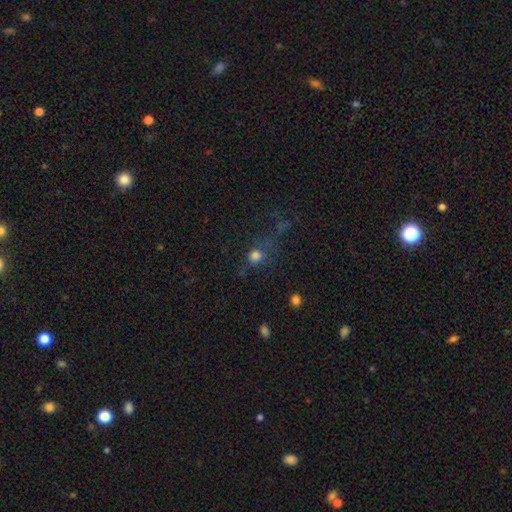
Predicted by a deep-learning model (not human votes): The model was most divided on "merging": none: 60%, major disturbance: 17%, minor disturbance: 16%, merger: 7%. More confident: how rounded — round (83%); smooth or featured — smooth (70%).